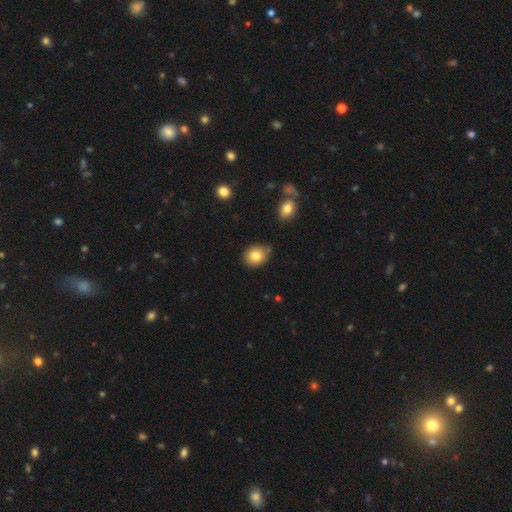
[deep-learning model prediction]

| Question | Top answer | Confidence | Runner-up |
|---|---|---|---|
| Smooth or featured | smooth | 81% | featured or disk (10%) |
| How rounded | round | 58% | in between (41%) |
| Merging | none | 69% | minor disturbance (24%) |